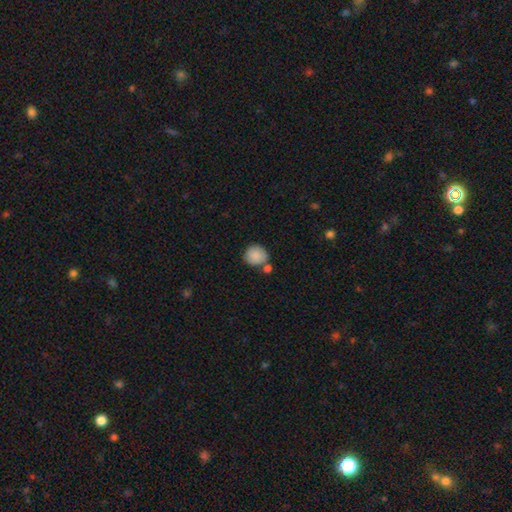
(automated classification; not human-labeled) Smooth or featured?
  - smooth: 88% *
  - star or artifact: 7%
  - featured or disk: 5%
How rounded?
  - round: 86% *
  - in between: 13%
  - cigar-shaped: 1%
Merging?
  - none: 66% *
  - merger: 17%
  - minor disturbance: 13%
  - major disturbance: 4%